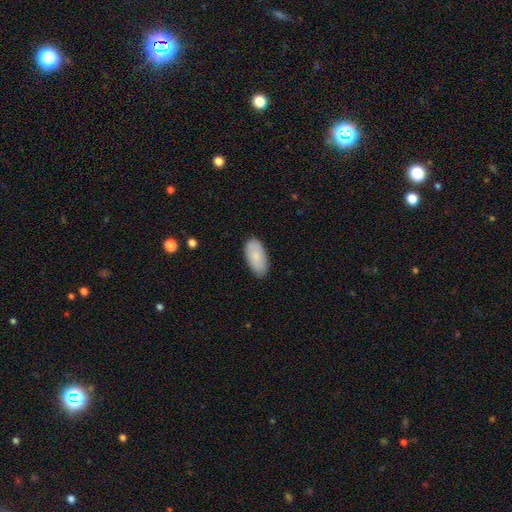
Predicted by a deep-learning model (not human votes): smooth 82%, featured or disk 12%, star or artifact 6%. Down the decision tree: how rounded — in between (94%); merging — none (82%).